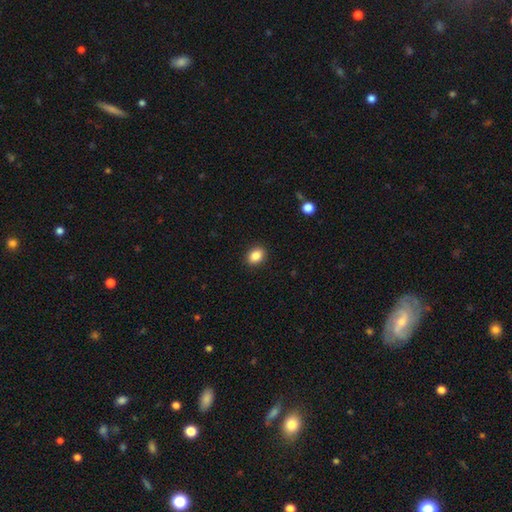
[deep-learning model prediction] smooth 87%, star or artifact 9%, featured or disk 4%. Down the decision tree: how rounded — in between (64%); merging — none (91%).